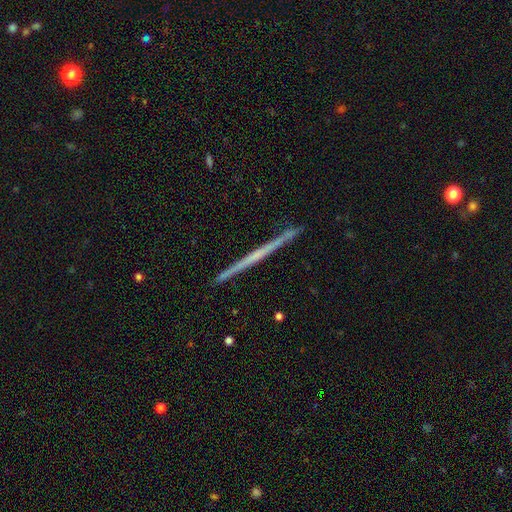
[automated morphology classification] smooth_or_featured: featured or disk (p=0.68) [alt: smooth p=0.26]
disk_edge_on: yes (p=0.98) [alt: no p=0.02]
edge_on_bulge: none (p=0.81) [alt: rounded p=0.15]
merging: none (p=0.92) [alt: minor disturbance p=0.06]